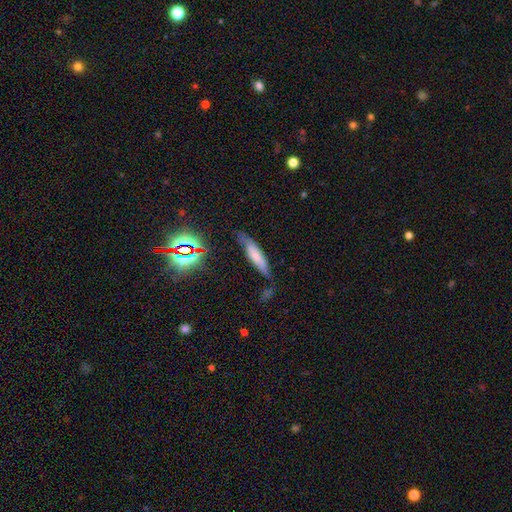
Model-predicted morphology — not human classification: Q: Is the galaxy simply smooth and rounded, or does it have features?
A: smooth — 59%.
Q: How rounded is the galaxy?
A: cigar-shaped — 77%.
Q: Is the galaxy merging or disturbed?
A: none — 63%.